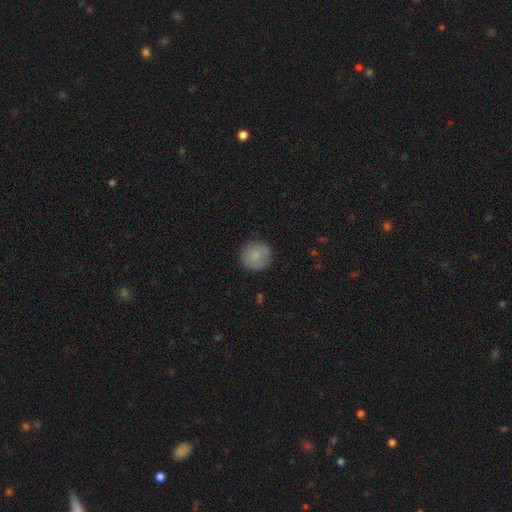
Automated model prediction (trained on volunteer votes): Smooth or featured?
  - smooth: 82% *
  - featured or disk: 10%
  - star or artifact: 8%
How rounded?
  - round: 93% *
  - in between: 6%
  - cigar-shaped: 1%
Merging?
  - none: 84% *
  - minor disturbance: 11%
  - major disturbance: 3%
  - merger: 1%